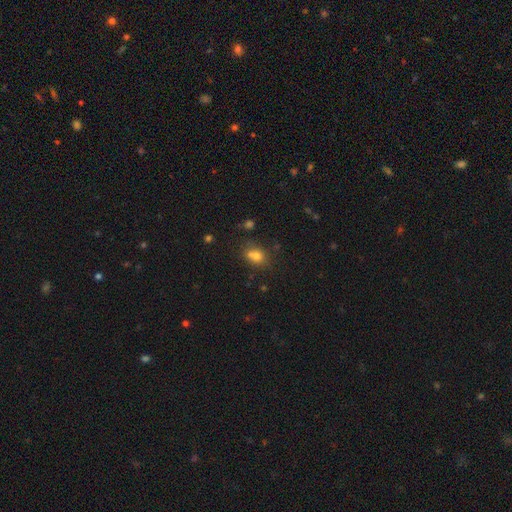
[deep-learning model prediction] A smooth galaxy with no disk features (72%) that is round (50%).

Vote fractions:
- Smooth or featured? smooth: 72% / star or artifact: 14% / featured or disk: 13%
- How rounded? round: 50% / in between: 49% / cigar-shaped: 1%
- Merging? none: 44% / merger: 36% / minor disturbance: 15% / major disturbance: 6%